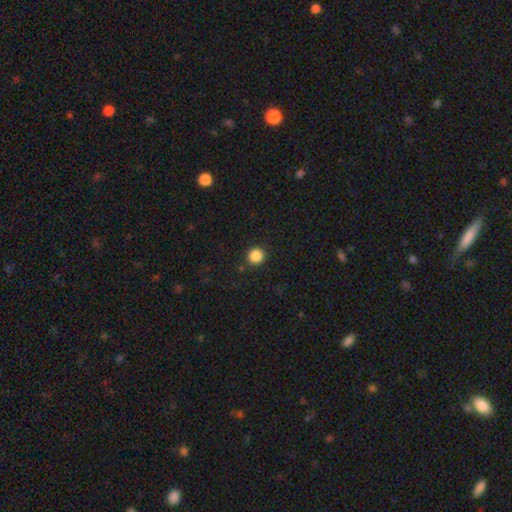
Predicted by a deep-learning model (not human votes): smooth_or_featured: smooth (p=0.86) [alt: star or artifact p=0.11]
how_rounded: round (p=0.94) [alt: in between p=0.05]
merging: none (p=0.91) [alt: minor disturbance p=0.05]